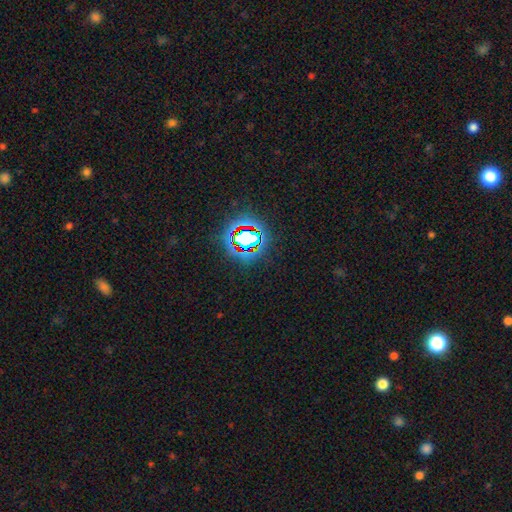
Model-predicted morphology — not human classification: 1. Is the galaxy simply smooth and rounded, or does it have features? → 80% star or artifact, 13% smooth, 7% featured or disk.